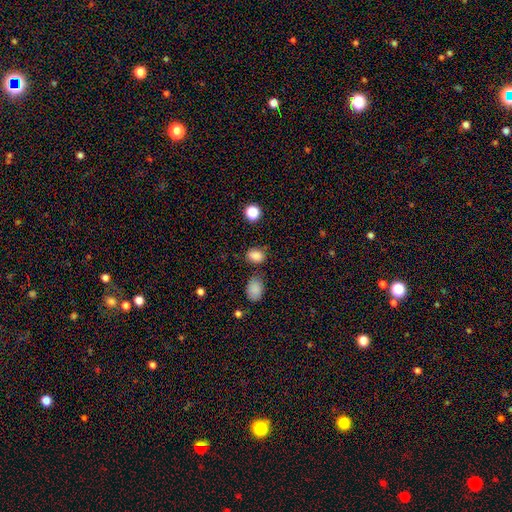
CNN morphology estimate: This appears to be a smooth galaxy with no disk features (83%) that is in between round and cigar-shaped (71%). Merging: none (72%).